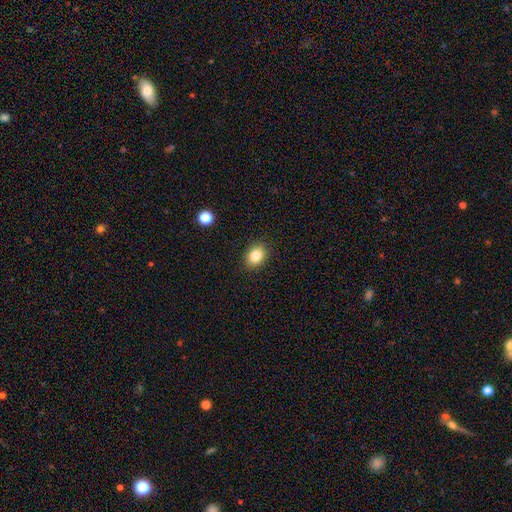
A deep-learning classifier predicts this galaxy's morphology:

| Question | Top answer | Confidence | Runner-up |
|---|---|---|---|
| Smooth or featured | smooth | 83% | star or artifact (10%) |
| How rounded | in between | 58% | round (41%) |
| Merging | none | 89% | minor disturbance (8%) |